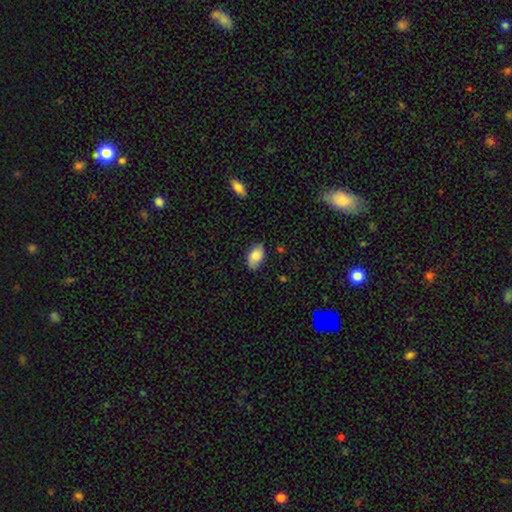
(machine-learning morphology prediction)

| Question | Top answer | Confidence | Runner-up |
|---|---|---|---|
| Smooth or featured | smooth | 83% | featured or disk (9%) |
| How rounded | in between | 92% | round (7%) |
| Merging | none | 75% | minor disturbance (20%) |